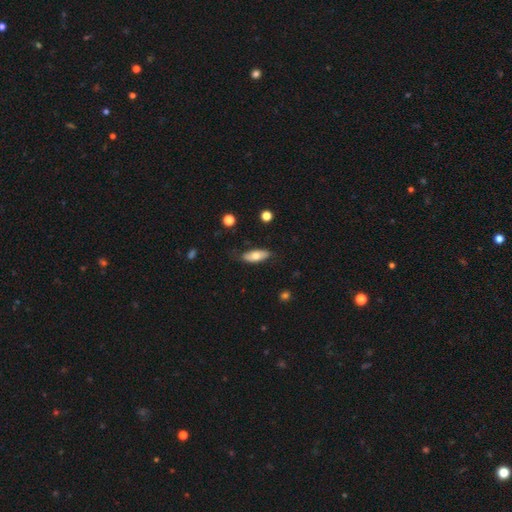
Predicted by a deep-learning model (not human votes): The model was most divided on "smooth or featured": smooth: 68%, featured or disk: 26%, star or artifact: 6%. More confident: how rounded — in between (79%); merging — none (78%).